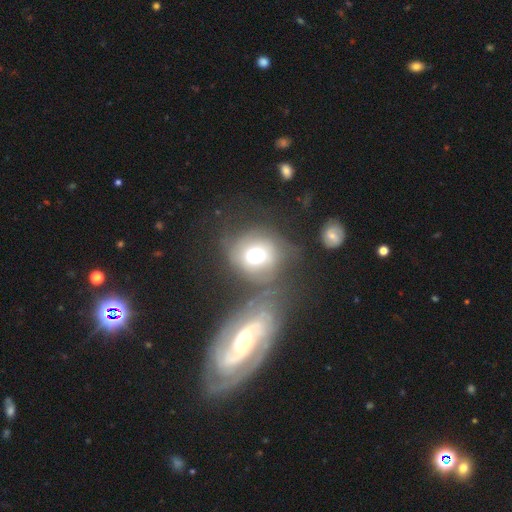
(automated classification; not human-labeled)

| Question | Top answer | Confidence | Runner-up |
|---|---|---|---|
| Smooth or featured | smooth | 59% | featured or disk (26%) |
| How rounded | round | 83% | in between (16%) |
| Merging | none | 47% | merger (21%) |